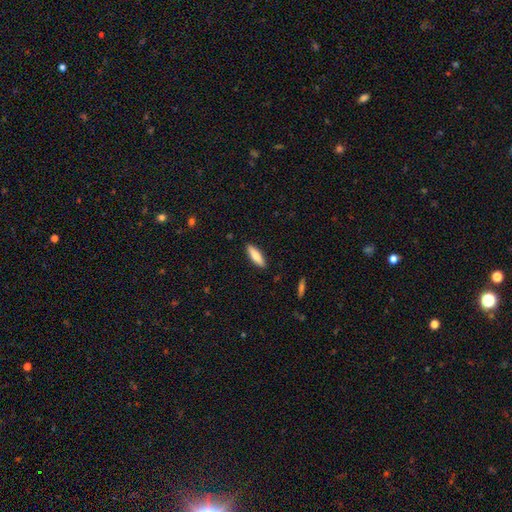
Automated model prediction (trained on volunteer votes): Smooth or featured: smooth — 76% (featured or disk — 19%)
How rounded: cigar-shaped — 59% (in between — 39%)
Merging: none — 90% (minor disturbance — 8%)